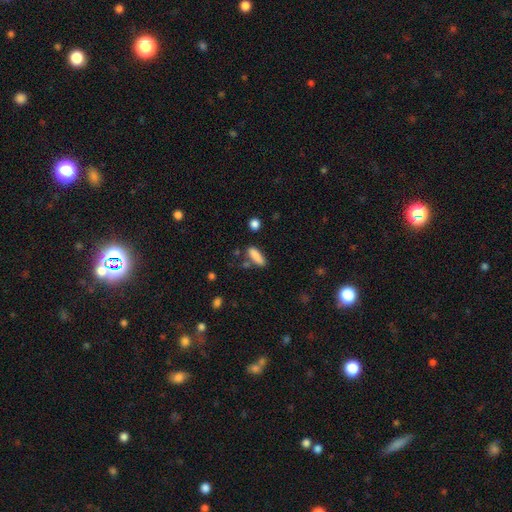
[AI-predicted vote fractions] The model was most divided on "how rounded": cigar-shaped: 49%, in between: 48%, round: 2%. More confident: smooth or featured — smooth (85%); merging — none (70%).